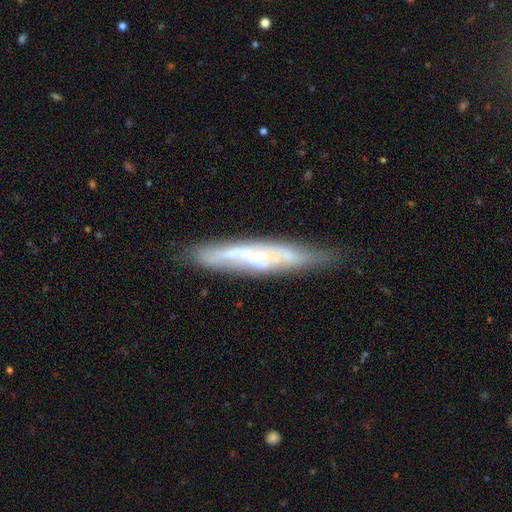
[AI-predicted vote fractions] The model was most divided on "edge-on disk": yes: 61%, no: 39%. More confident: merging — none (76%); smooth or featured — featured or disk (67%).